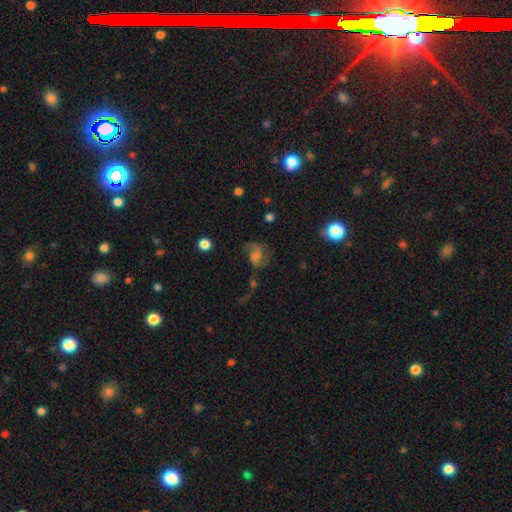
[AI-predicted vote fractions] Overall: featured or disk (56%; smooth 29%). Edge-on disk: no (97%). Bar: no (57%; weak 35%). Spiral arms: yes (85%). Bulge size: small (36%; moderate 32%). Merging: none (51%; major disturbance 23%).